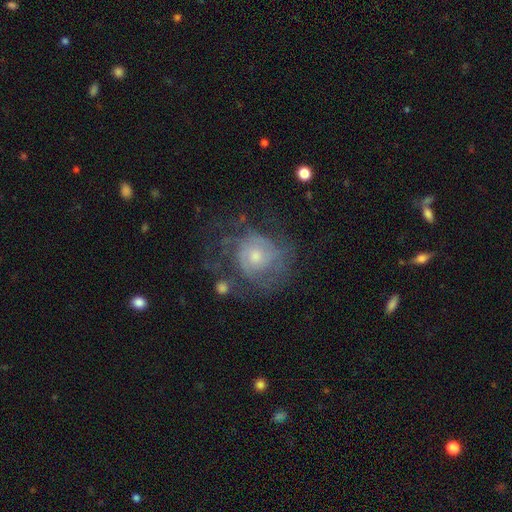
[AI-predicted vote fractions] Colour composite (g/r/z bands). It shows a featured or disk galaxy (68%) with no bar (77%), spiral arms (75%) and a moderate central bulge (49%). Merging: none (51%).